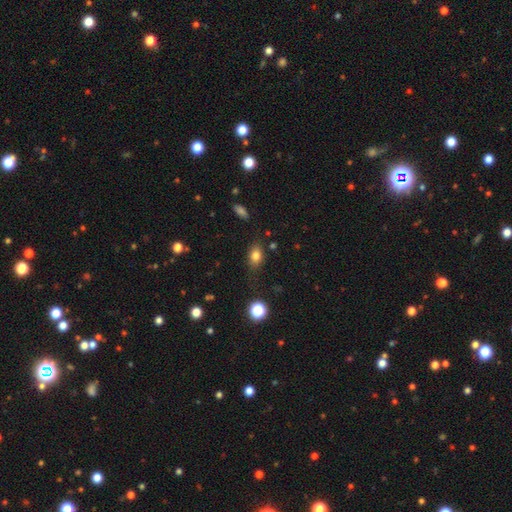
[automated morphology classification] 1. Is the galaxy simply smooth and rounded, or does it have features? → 80% smooth, 11% star or artifact, 9% featured or disk.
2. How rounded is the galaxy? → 78% in between, 20% round, 3% cigar-shaped.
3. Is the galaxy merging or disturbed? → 77% none, 16% minor disturbance, 5% major disturbance, 3% merger.